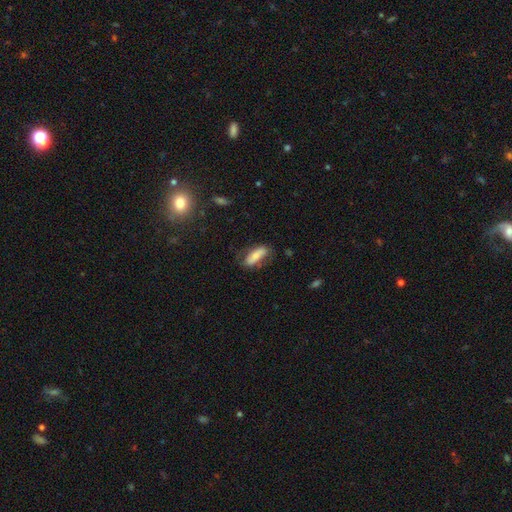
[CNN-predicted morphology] Smooth or featured: smooth — 63% (featured or disk — 30%)
How rounded: in between — 68% (cigar-shaped — 30%)
Merging: none — 62% (minor disturbance — 23%)